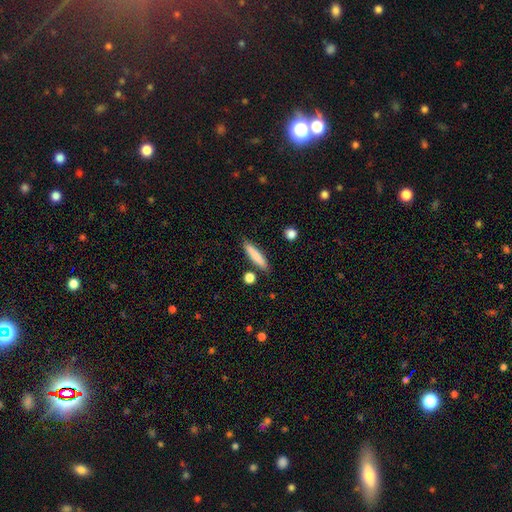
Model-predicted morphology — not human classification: smooth-or-featured: smooth: 81% | featured or disk: 13% | star or artifact: 6%
  how-rounded: cigar-shaped: 87% | in between: 11% | round: 2%
  merging: none: 85% | minor disturbance: 10% | merger: 4% | major disturbance: 2%